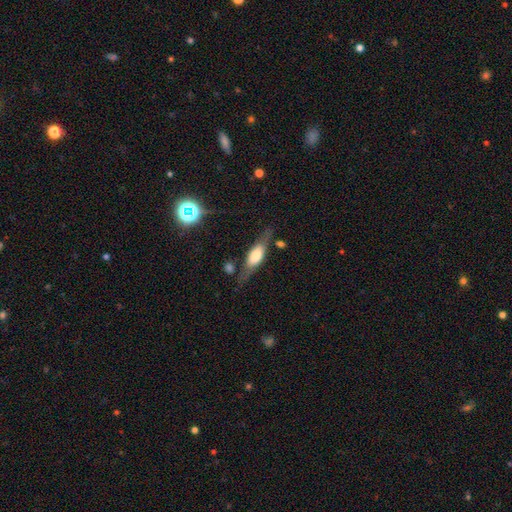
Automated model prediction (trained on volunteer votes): featured or disk 53%, smooth 40%, star or artifact 7%. Down the decision tree: edge-on disk — yes (84%); merging — none (68%).